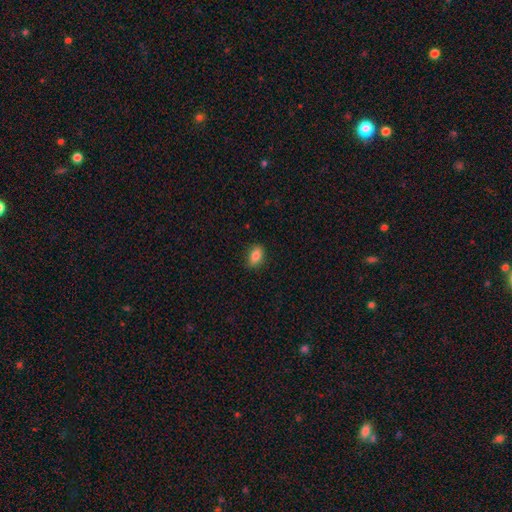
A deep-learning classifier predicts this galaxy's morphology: Smooth or featured? smooth (84%)
How rounded? in between (84%)
Merging? none (84%)